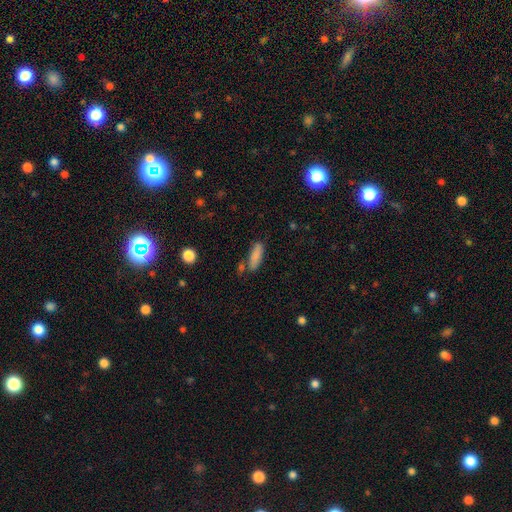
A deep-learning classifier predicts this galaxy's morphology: Smooth or featured: smooth — 84% (featured or disk — 8%)
How rounded: in between — 50% (cigar-shaped — 48%)
Merging: none — 69% (minor disturbance — 16%)